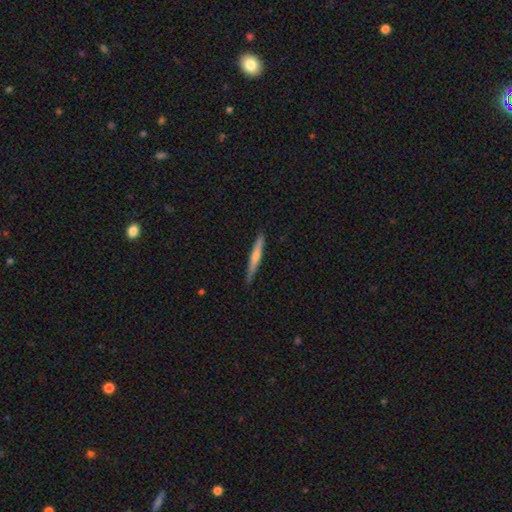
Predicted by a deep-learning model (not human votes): Smooth or featured? Predicted: featured or disk (p=0.54). Edge-on disk? Predicted: yes (p=0.97). Edge-on bulge? Predicted: rounded (p=0.56). Merging? Predicted: none (p=0.90).